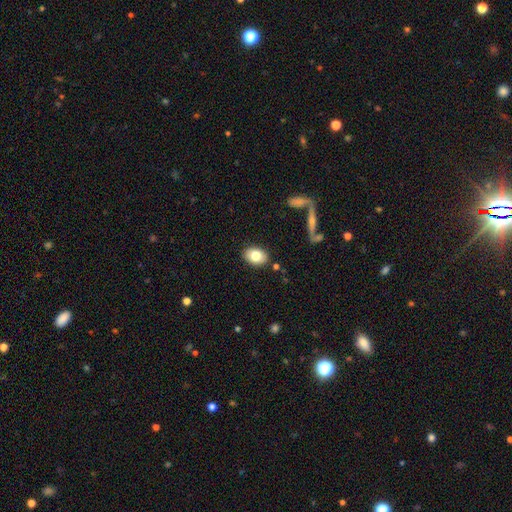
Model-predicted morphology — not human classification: A smooth galaxy with no disk features (78%) that is in between round and cigar-shaped (78%).

Vote fractions:
- Smooth or featured? smooth: 78% / featured or disk: 14% / star or artifact: 8%
- How rounded? in between: 78% / round: 21% / cigar-shaped: 1%
- Merging? none: 87% / minor disturbance: 9% / major disturbance: 2% / merger: 2%